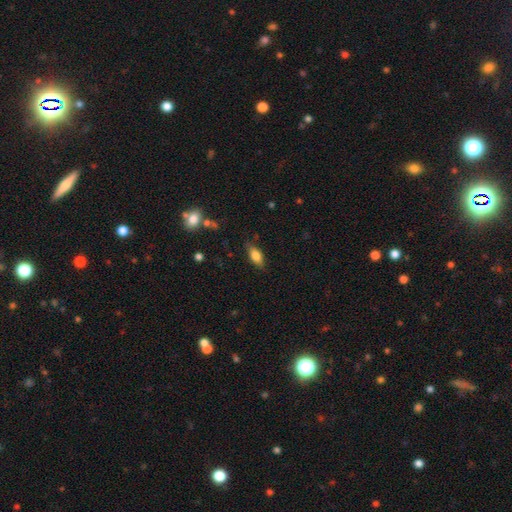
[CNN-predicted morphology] The model was most divided on "smooth or featured": smooth: 78%, featured or disk: 14%, star or artifact: 8%. More confident: how rounded — in between (83%); merging — none (81%).